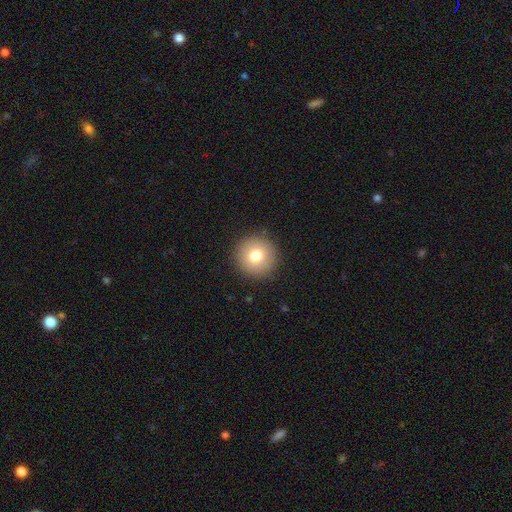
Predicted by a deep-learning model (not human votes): This is likely a smooth galaxy (77%). How rounded: clearly round (96%). Merging: clearly none (91%).